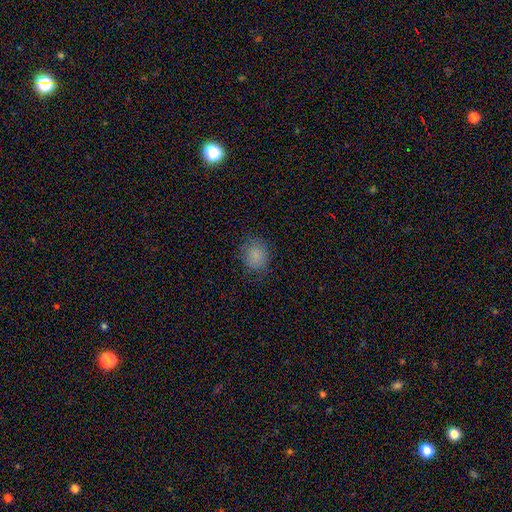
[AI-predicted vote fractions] smooth_or_featured: smooth (p=0.84) [alt: star or artifact p=0.11]
how_rounded: round (p=0.59) [alt: in between p=0.40]
merging: none (p=0.80) [alt: minor disturbance p=0.15]